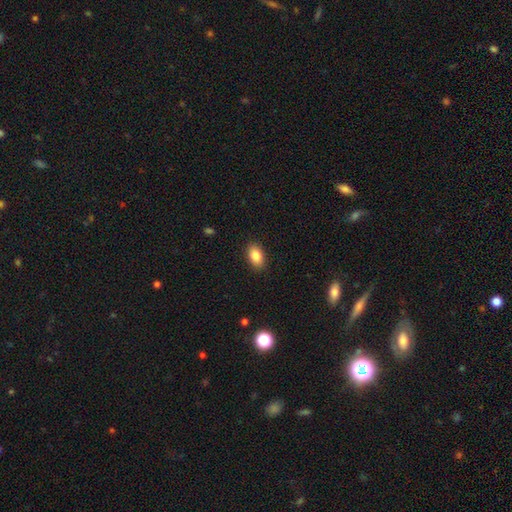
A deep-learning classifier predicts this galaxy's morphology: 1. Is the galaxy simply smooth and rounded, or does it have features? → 84% smooth, 8% star or artifact, 7% featured or disk.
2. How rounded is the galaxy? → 89% in between, 9% round, 2% cigar-shaped.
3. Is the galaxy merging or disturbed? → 89% none, 8% minor disturbance, 2% major disturbance, 1% merger.